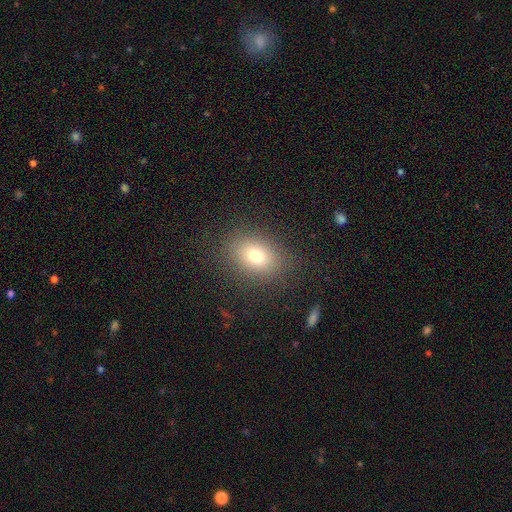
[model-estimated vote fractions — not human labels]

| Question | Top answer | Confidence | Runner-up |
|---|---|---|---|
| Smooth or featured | smooth | 74% | star or artifact (13%) |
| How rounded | in between | 66% | round (33%) |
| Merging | none | 85% | minor disturbance (10%) |